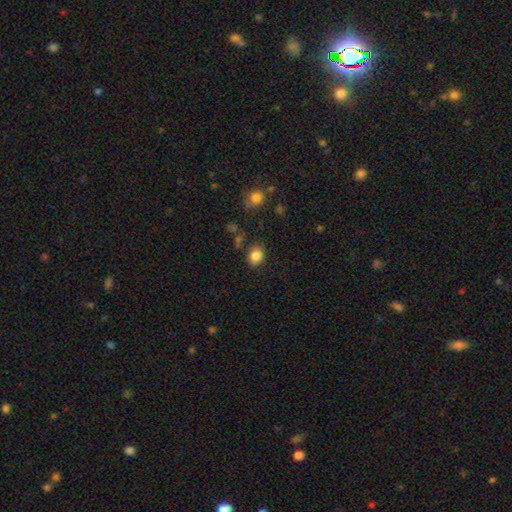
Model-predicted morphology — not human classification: A smooth galaxy with no disk features (85%) that is in between round and cigar-shaped (53%).

Vote fractions:
- Smooth or featured? smooth: 85% / star or artifact: 10% / featured or disk: 5%
- How rounded? in between: 53% / round: 46% / cigar-shaped: 1%
- Merging? none: 82% / minor disturbance: 12% / major disturbance: 3% / merger: 3%